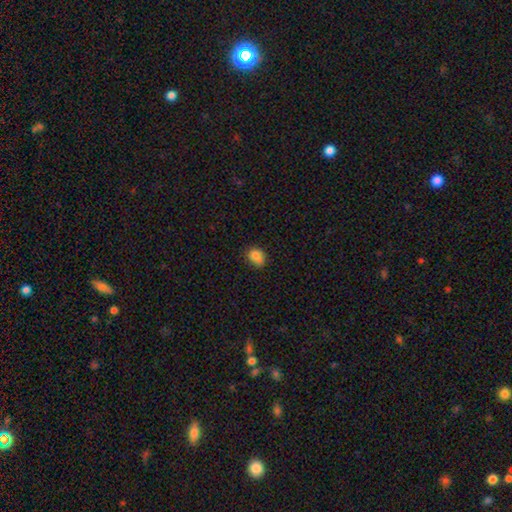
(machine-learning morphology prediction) A smooth galaxy with no disk features (79%) that is round (51%).

Vote fractions:
- Smooth or featured? smooth: 79% / star or artifact: 11% / featured or disk: 10%
- How rounded? round: 51% / in between: 48% / cigar-shaped: 1%
- Merging? none: 54% / minor disturbance: 27% / merger: 12% / major disturbance: 6%